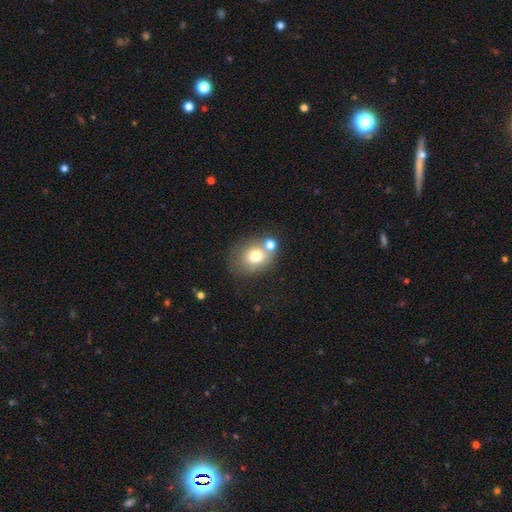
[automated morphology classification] A smooth galaxy with no disk features (73%) that is round (56%). Merging: none (51%).